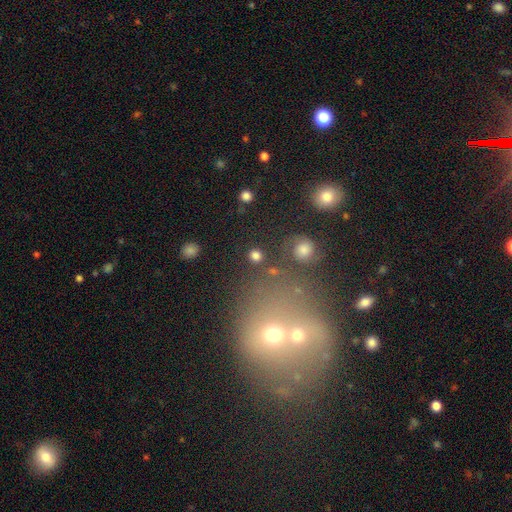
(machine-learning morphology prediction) This appears to be a smooth galaxy with no disk features (82%) that is round (89%). Merging: none (84%).